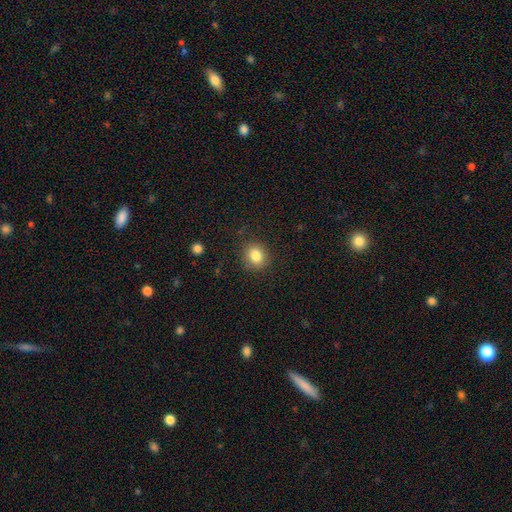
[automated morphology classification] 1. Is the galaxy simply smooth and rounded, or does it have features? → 83% smooth, 10% star or artifact, 7% featured or disk.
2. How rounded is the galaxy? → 73% round, 26% in between, 1% cigar-shaped.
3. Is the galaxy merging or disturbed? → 87% none, 9% minor disturbance, 3% major disturbance, 1% merger.